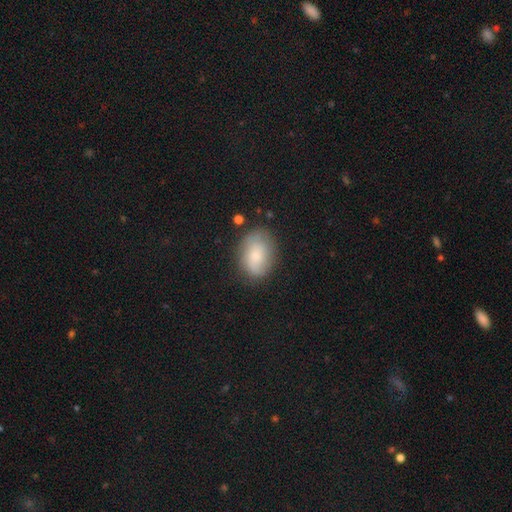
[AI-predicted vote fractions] A smooth galaxy with no disk features (72%) that is in between round and cigar-shaped (80%). Merging: none (71%).